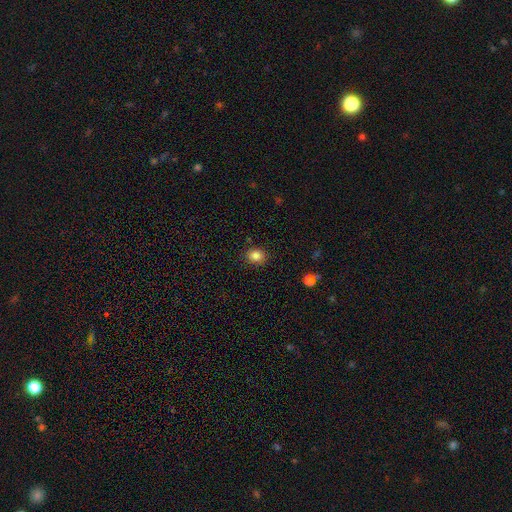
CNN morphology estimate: Overall: smooth (84%). How rounded: round (71%). Merging: none (88%).